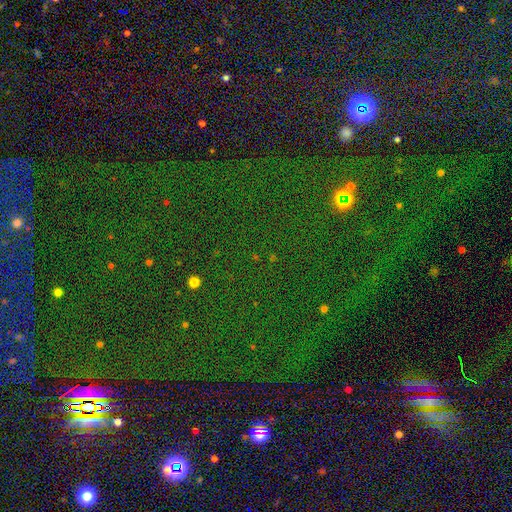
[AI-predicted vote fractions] Morphology: type=star or artifact (81%).